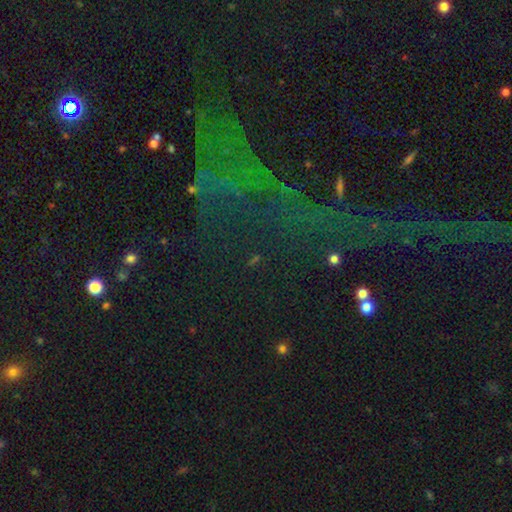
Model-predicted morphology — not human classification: type=star or artifact (71%).